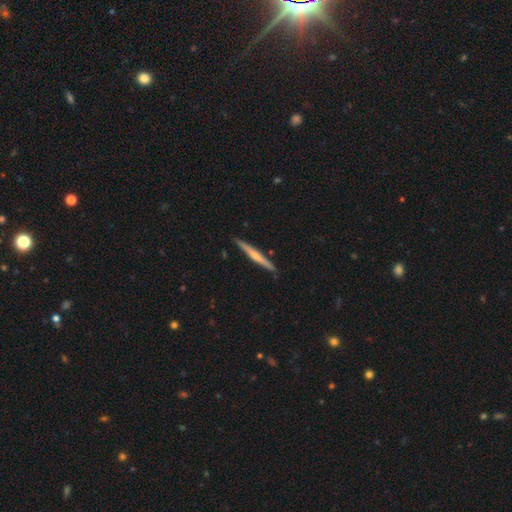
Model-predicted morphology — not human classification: The model was most divided on "smooth or featured": featured or disk: 57%, smooth: 37%, star or artifact: 5%. More confident: edge-on disk — yes (97%); merging — none (90%); edge-on bulge — rounded (59%).